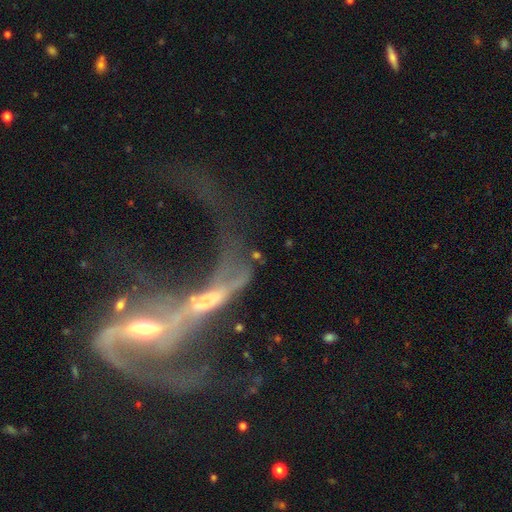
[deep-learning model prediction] The model was most divided on "merging": major disturbance: 31%, merger: 29%, none: 26%, minor disturbance: 13%. Remaining: smooth or featured — featured or disk (48%).